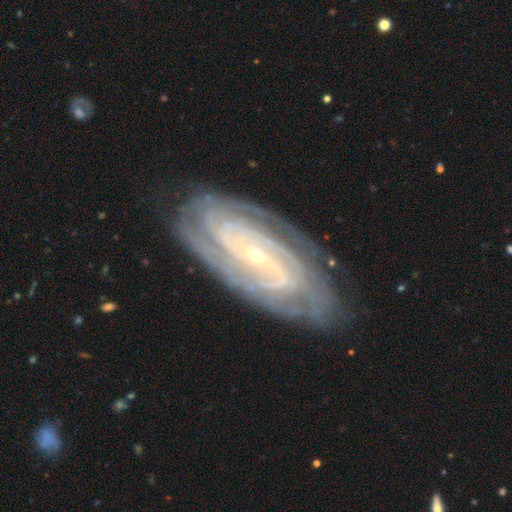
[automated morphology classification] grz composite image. It shows a featured or disk galaxy (89%) with no bar (48%), tight (78%) spiral arms (97%) and a small central bulge (83%). Merging: none (81%).